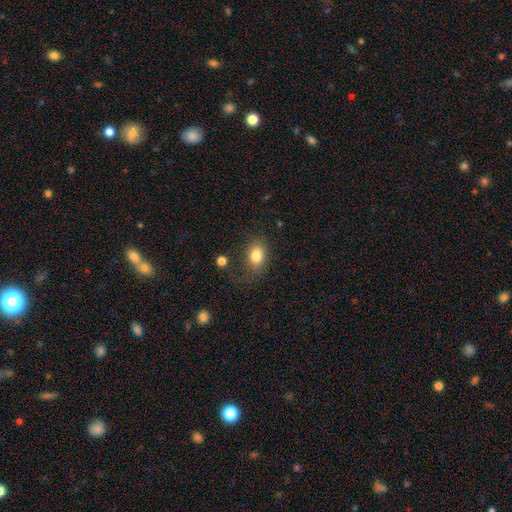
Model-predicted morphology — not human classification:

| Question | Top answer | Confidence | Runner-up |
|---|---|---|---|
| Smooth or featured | smooth | 81% | star or artifact (10%) |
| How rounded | in between | 73% | round (25%) |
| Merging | none | 70% | minor disturbance (18%) |